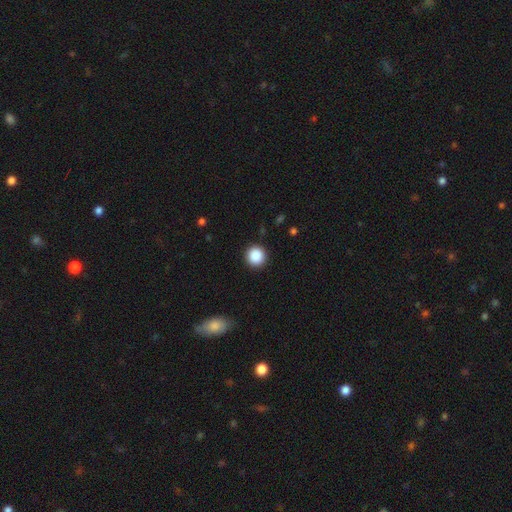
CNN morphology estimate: Smooth or featured? Predicted: smooth (p=0.88). How rounded? Predicted: round (p=0.95). Merging? Predicted: none (p=0.91).